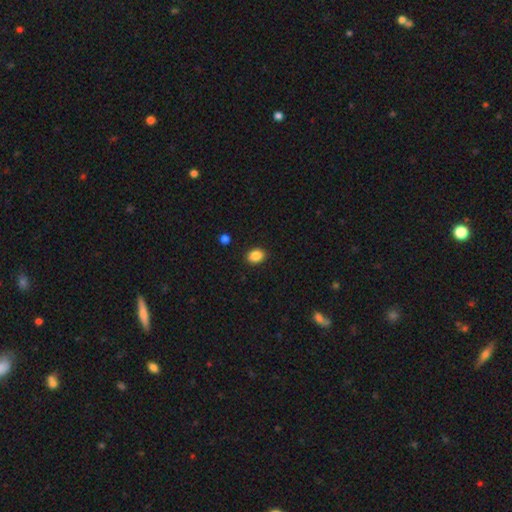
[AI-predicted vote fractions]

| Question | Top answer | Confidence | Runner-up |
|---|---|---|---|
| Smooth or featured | smooth | 87% | star or artifact (9%) |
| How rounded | in between | 60% | round (40%) |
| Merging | none | 90% | minor disturbance (7%) |